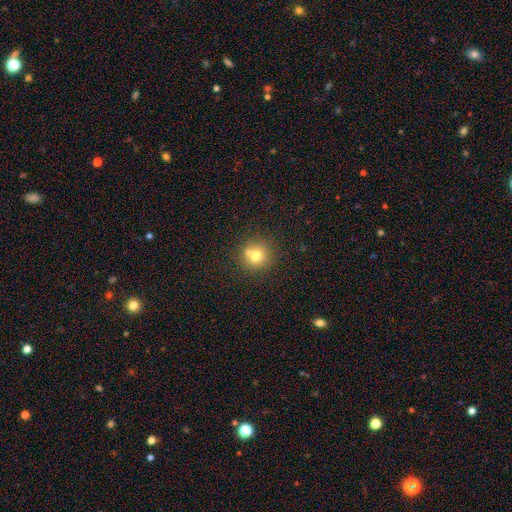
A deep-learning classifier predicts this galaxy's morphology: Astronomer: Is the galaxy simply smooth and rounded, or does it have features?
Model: smooth — 72%.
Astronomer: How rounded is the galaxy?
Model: round — 92%.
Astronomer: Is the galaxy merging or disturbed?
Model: none — 67%.